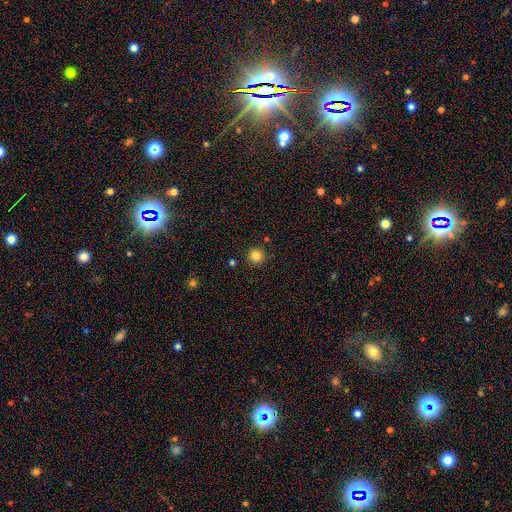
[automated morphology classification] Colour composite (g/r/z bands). It shows a smooth galaxy with no disk features (83%) that is round (96%). Merging: none (90%).